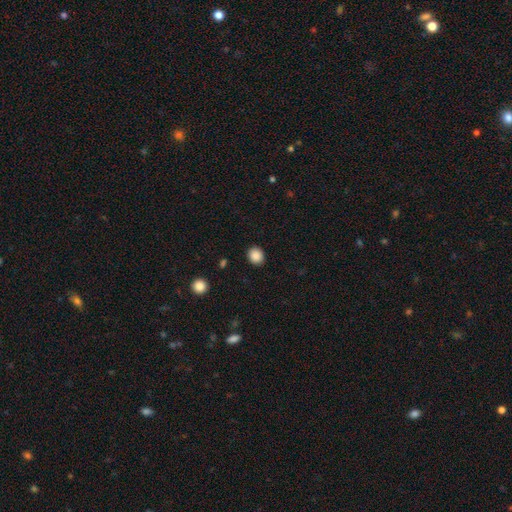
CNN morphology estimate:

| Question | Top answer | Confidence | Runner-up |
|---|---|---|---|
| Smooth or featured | smooth | 88% | star or artifact (9%) |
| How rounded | round | 74% | in between (25%) |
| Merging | none | 90% | minor disturbance (6%) |